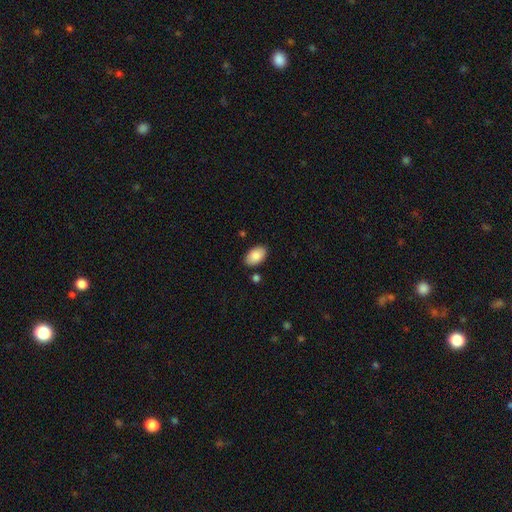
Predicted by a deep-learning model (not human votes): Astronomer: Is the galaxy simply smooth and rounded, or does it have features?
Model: smooth — 88%.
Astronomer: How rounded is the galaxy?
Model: in between — 94%.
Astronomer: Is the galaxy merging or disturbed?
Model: none — 85%.